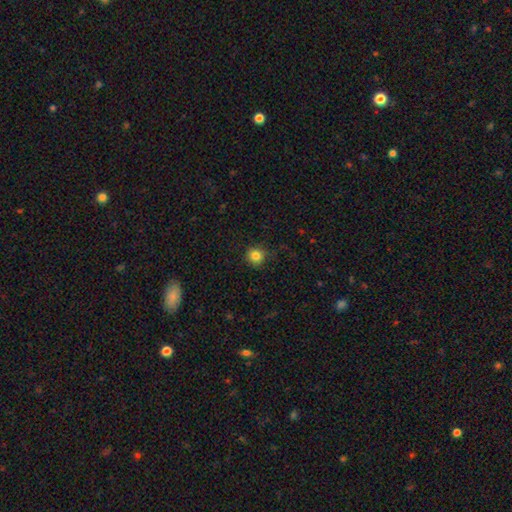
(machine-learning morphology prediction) Smooth or featured? smooth (83%)
How rounded? round (91%)
Merging? none (84%)